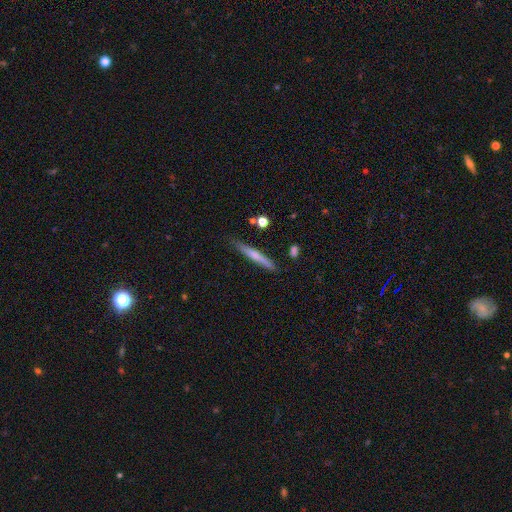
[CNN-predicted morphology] Smooth or featured?
  - smooth: 56% *
  - featured or disk: 37%
  - star or artifact: 6%
How rounded?
  - cigar-shaped: 95% *
  - in between: 4%
  - round: 2%
Merging?
  - none: 84% *
  - minor disturbance: 12%
  - merger: 3%
  - major disturbance: 2%